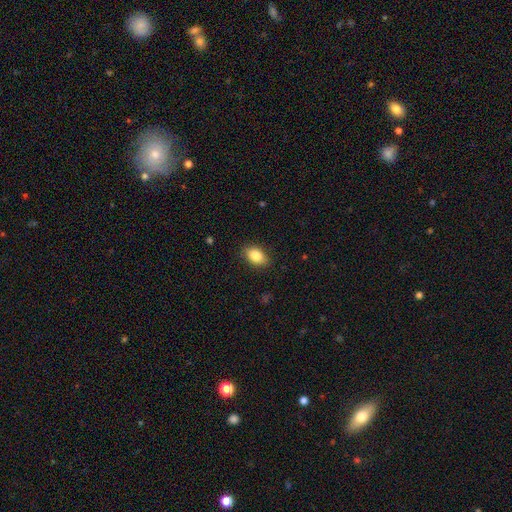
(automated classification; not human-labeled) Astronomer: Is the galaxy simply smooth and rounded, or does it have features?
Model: smooth — 85%.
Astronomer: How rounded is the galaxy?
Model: in between — 87%.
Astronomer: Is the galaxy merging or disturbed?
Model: none — 87%.